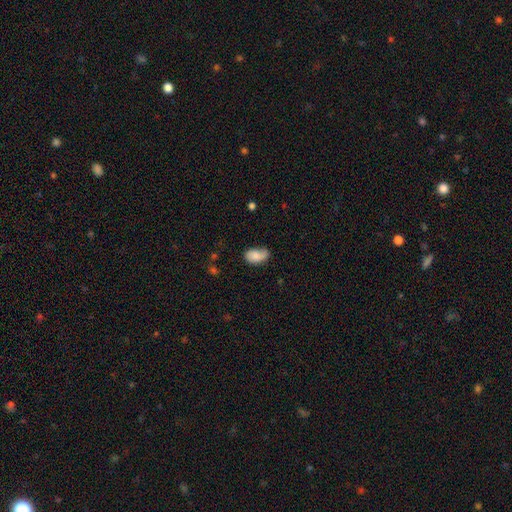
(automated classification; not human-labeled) This is likely a smooth galaxy (74%). How rounded: clearly in between (90%). Merging: possibly none (50%).